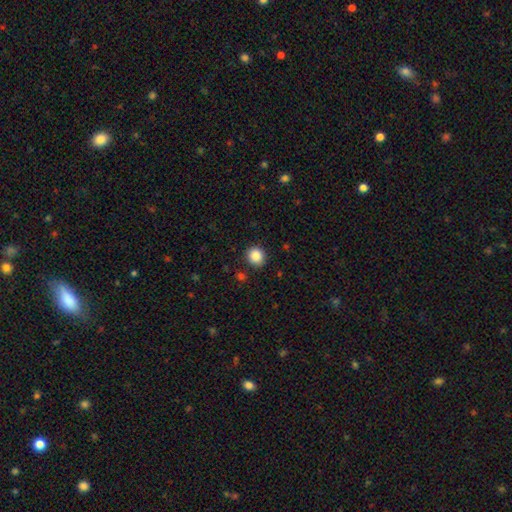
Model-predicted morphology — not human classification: Smooth or featured? smooth (87%)
How rounded? round (87%)
Merging? none (89%)